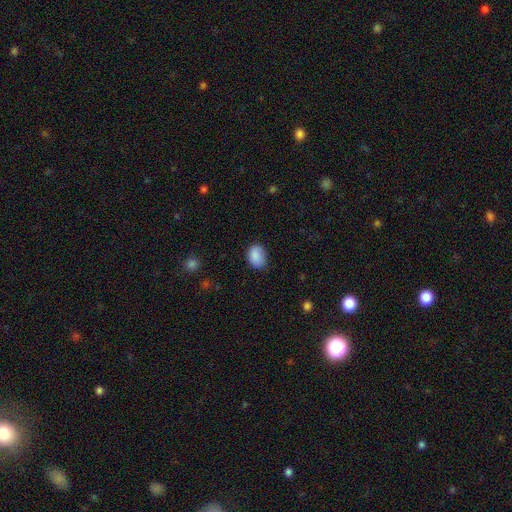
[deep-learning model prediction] smooth_or_featured: smooth (p=0.88) [alt: star or artifact p=0.08]
how_rounded: in between (p=0.72) [alt: round p=0.27]
merging: none (p=0.77) [alt: minor disturbance p=0.18]